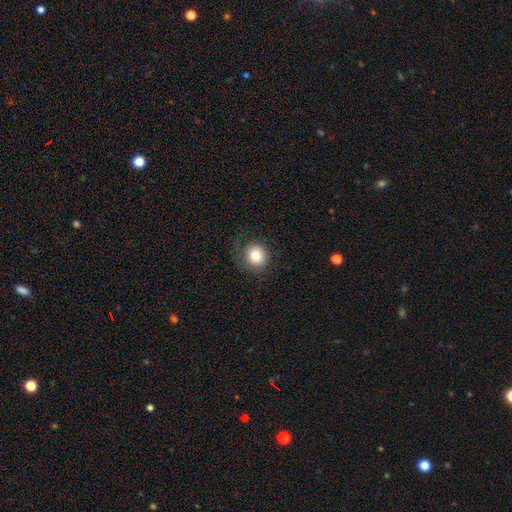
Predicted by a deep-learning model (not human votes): Overall: smooth (80%). How rounded: round (88%). Merging: none (76%).